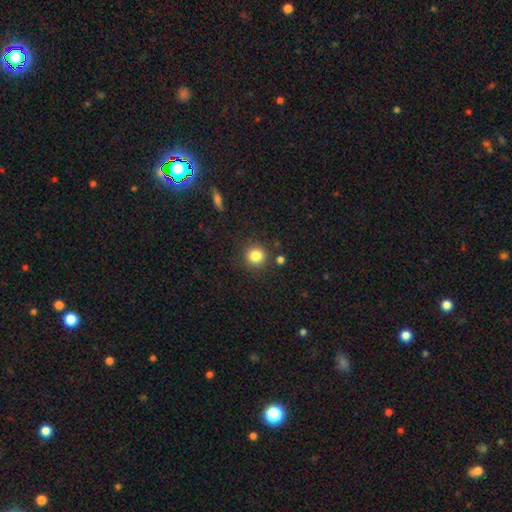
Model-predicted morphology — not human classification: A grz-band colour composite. It shows a smooth galaxy with no disk features (83%) that is round (89%). Merging: none (85%).